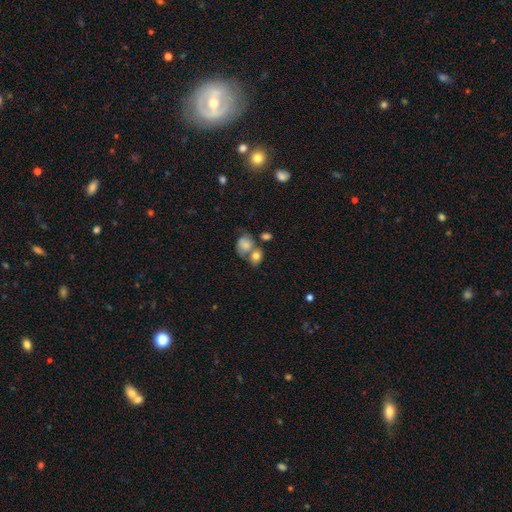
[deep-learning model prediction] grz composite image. It shows a smooth galaxy with no disk features (76%) that is round (55%). Merging: merger (46%).